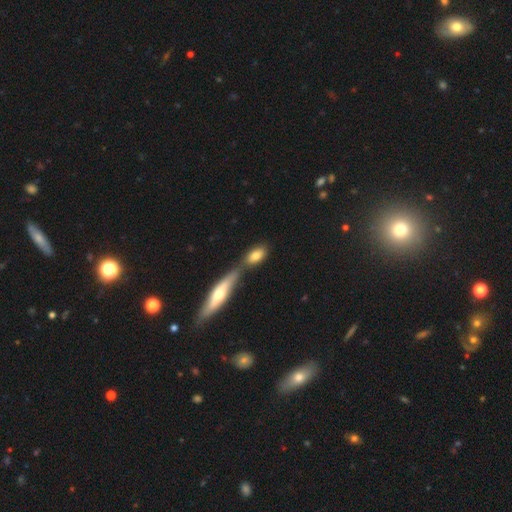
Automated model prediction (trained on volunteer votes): This is likely a smooth galaxy (76%). How rounded: likely in between (79%). Merging: marginally none (44%).